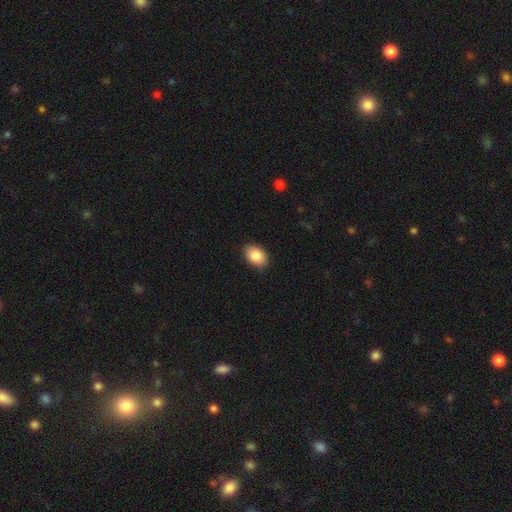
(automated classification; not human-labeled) smooth_or_featured: smooth (p=0.87) [alt: star or artifact p=0.07]
how_rounded: in between (p=0.85) [alt: round p=0.14]
merging: none (p=0.88) [alt: minor disturbance p=0.09]